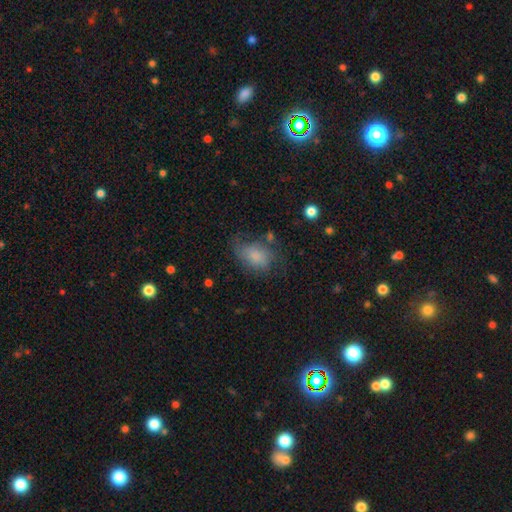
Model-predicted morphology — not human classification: This is likely a smooth galaxy (67%). How rounded: clearly in between (83%). Merging: marginally none (45%).